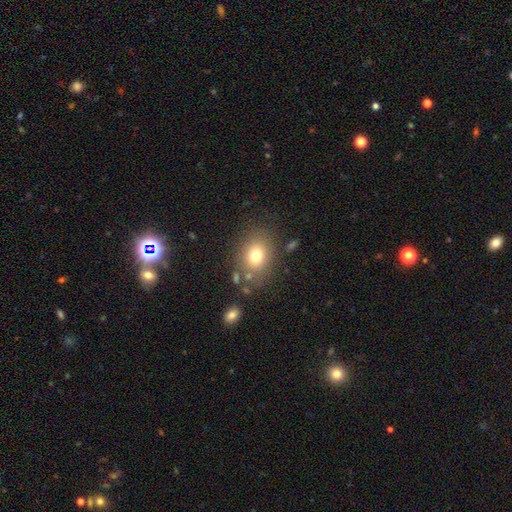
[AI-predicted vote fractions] The model was most divided on "how rounded": round: 51%, in between: 48%, cigar-shaped: 1%. More confident: merging — none (76%); smooth or featured — smooth (75%).